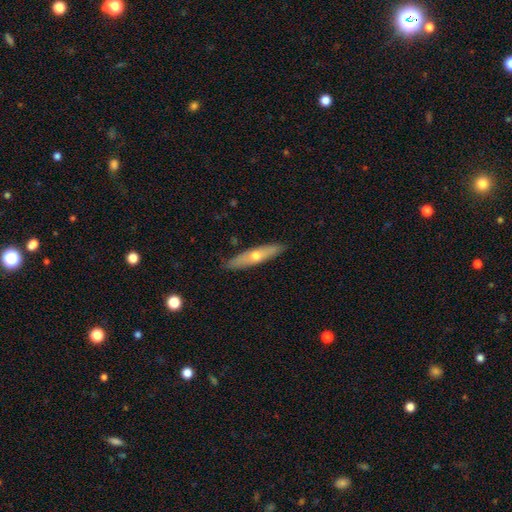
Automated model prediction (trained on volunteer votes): featured or disk 51%, smooth 43%, star or artifact 6%. Down the decision tree: edge-on disk — yes (79%); merging — none (87%).